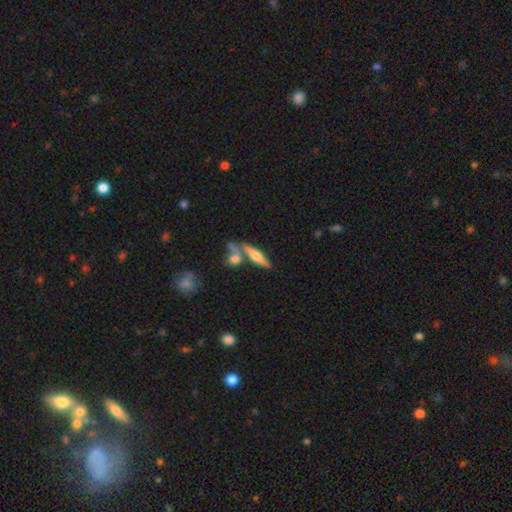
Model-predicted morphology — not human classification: Smooth or featured? Predicted: featured or disk (p=0.53). Edge-on disk? Predicted: yes (p=0.91). Merging? Predicted: none (p=0.58).